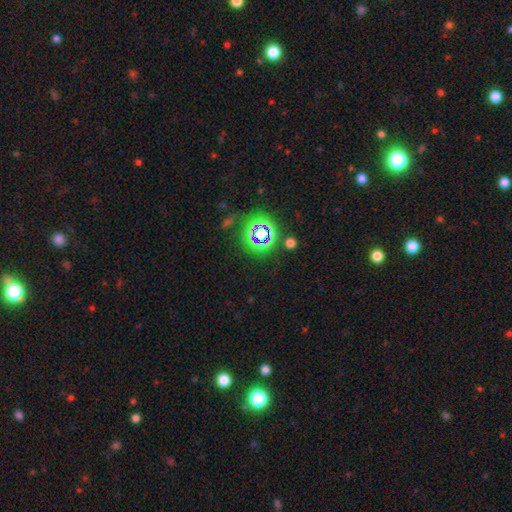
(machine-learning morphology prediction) smooth-or-featured: star or artifact: 51% | smooth: 37% | featured or disk: 13%